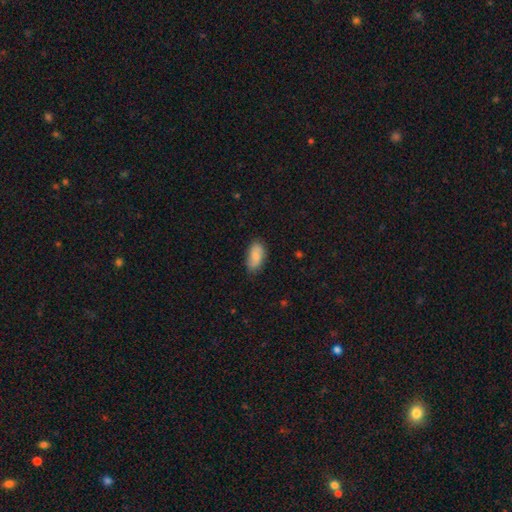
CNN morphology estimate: Overall: smooth (81%). How rounded: in between (92%). Merging: none (78%).